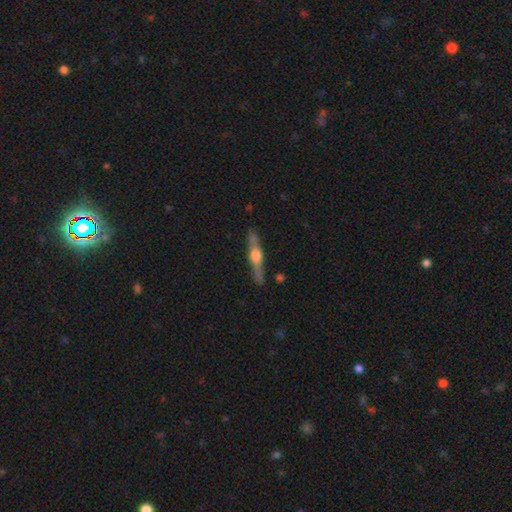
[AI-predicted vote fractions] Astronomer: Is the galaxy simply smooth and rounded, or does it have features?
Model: featured or disk — 72%.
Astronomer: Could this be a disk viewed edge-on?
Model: yes — 97%.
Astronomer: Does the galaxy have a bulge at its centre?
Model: rounded — 89%.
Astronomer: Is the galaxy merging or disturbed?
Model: none — 85%.